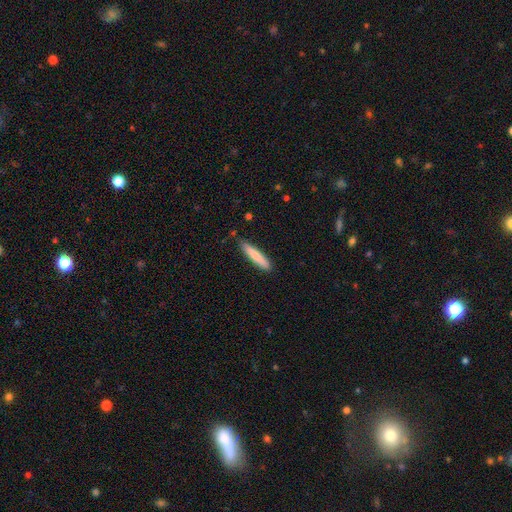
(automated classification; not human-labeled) Smooth or featured? Predicted: smooth (p=0.78). How rounded? Predicted: cigar-shaped (p=0.91). Merging? Predicted: none (p=0.84).